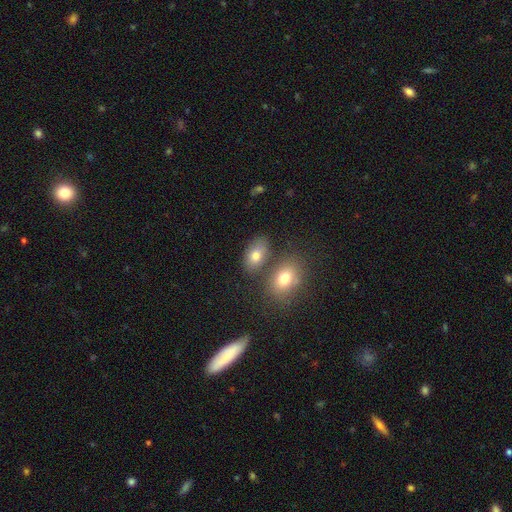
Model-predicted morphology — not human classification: This appears to be a smooth galaxy with no disk features (75%) that is in between round and cigar-shaped (86%). Merging: none (62%).